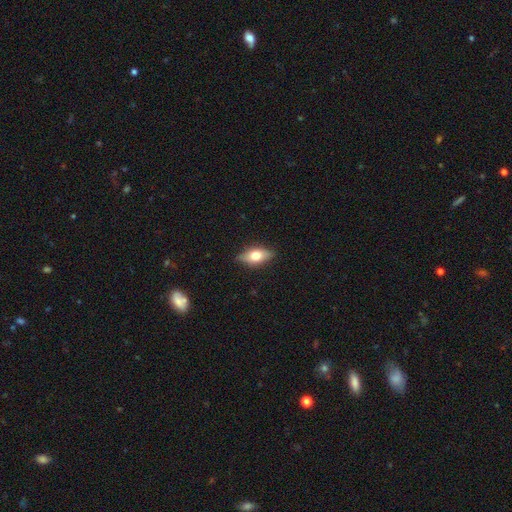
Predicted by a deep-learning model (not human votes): This appears to be a smooth galaxy with no disk features (60%) that is in between round and cigar-shaped (82%). Merging: none (83%).